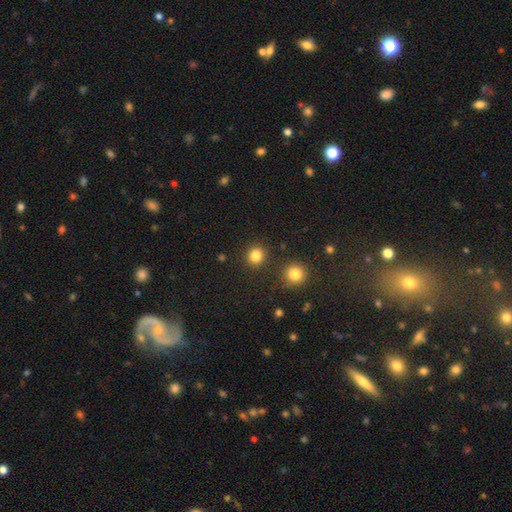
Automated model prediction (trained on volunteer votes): Q: Smooth or featured?
A: smooth (84%); runner-up: star or artifact (12%)
Q: How rounded?
A: round (89%); runner-up: in between (10%)
Q: Merging?
A: none (88%); runner-up: minor disturbance (6%)